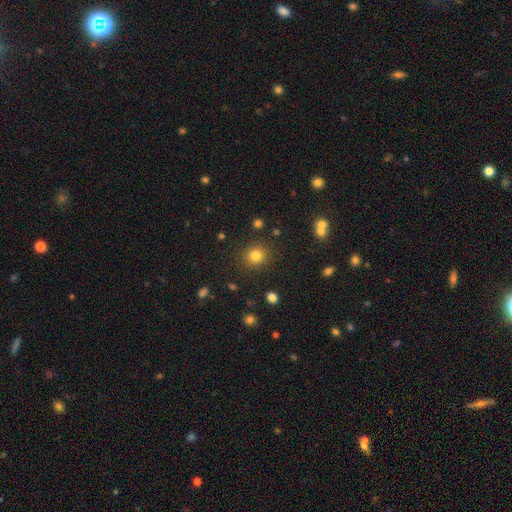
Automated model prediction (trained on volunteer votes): smooth_or_featured: smooth (p=0.80) [alt: star or artifact p=0.14]
how_rounded: round (p=0.83) [alt: in between p=0.16]
merging: none (p=0.88) [alt: minor disturbance p=0.07]